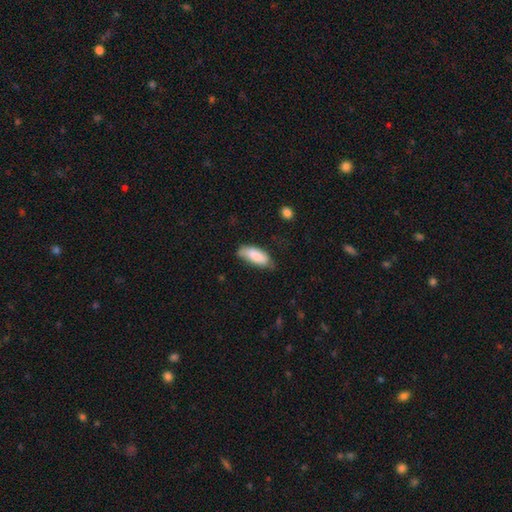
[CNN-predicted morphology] smooth-or-featured: smooth: 82% | featured or disk: 11% | star or artifact: 6%
  how-rounded: in between: 81% | cigar-shaped: 17% | round: 2%
  merging: none: 56% | minor disturbance: 34% | major disturbance: 8% | merger: 2%